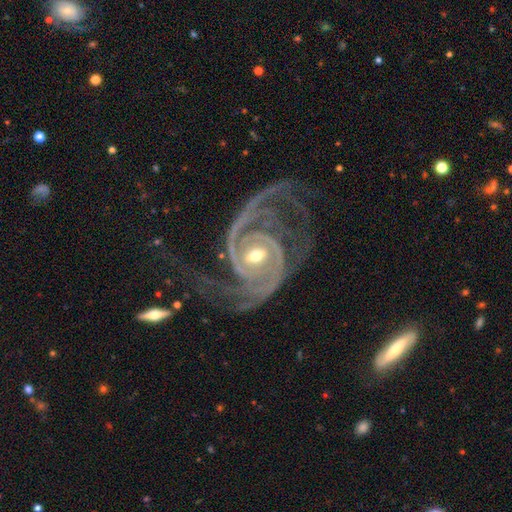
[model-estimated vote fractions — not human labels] featured or disk 94%, star or artifact 4%, smooth 3%. Down the decision tree: edge-on disk — no (98%); bar — weak (40%); spiral arms — yes (98%); spiral arm count — 2 (47%); spiral winding — medium (42%); bulge size — moderate (61%); merging — none (54%).